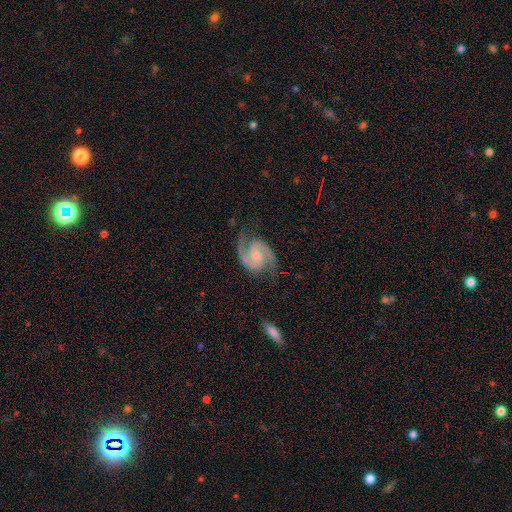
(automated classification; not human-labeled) Q: Smooth or featured?
A: featured or disk (92%); runner-up: star or artifact (4%)
Q: Edge-on disk?
A: no (98%); runner-up: yes (2%)
Q: Bar?
A: no (59%); runner-up: weak (34%)
Q: Spiral arms?
A: yes (98%); runner-up: no (2%)
Q: Spiral winding?
A: medium (60%); runner-up: tight (27%)
Q: Spiral arm count?
A: 2 (94%); runner-up: can't tell (2%)
Q: Bulge size?
A: small (41%); runner-up: moderate (38%)
Q: Merging?
A: none (77%); runner-up: minor disturbance (15%)